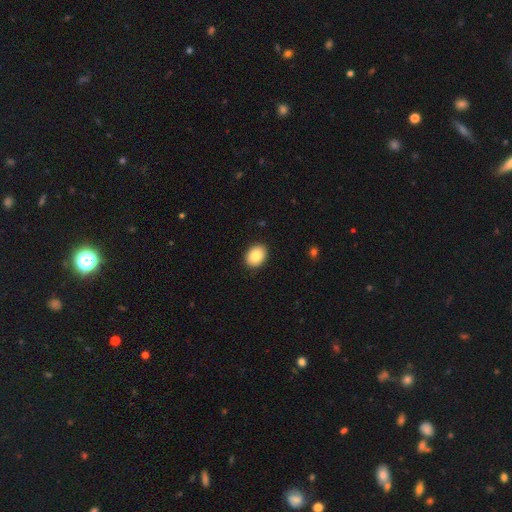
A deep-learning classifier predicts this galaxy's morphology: smooth_or_featured: smooth (p=0.85) [alt: star or artifact p=0.08]
how_rounded: in between (p=0.64) [alt: round p=0.35]
merging: none (p=0.91) [alt: minor disturbance p=0.07]